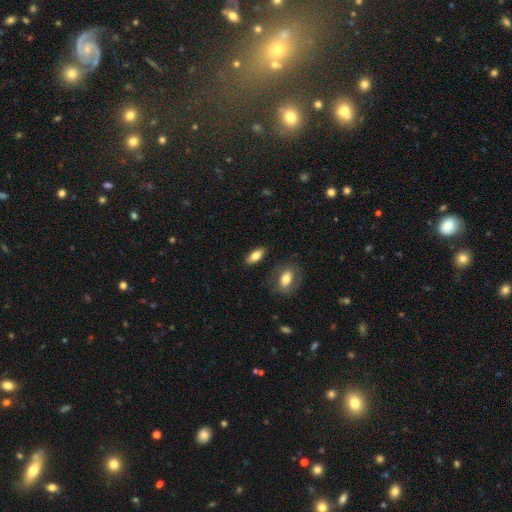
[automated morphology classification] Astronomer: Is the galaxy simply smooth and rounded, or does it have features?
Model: smooth — 77%.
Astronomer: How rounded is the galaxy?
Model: in between — 83%.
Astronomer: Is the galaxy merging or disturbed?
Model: none — 84%.